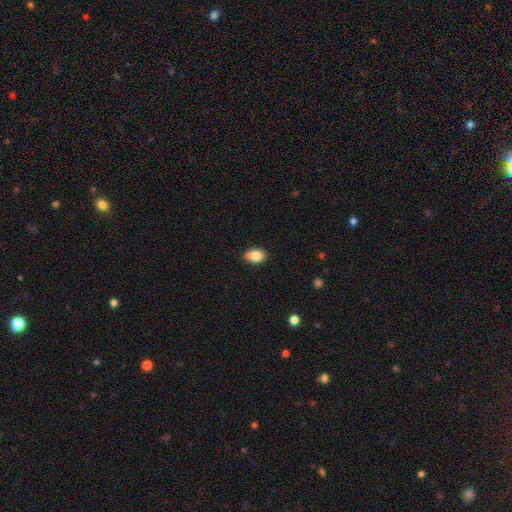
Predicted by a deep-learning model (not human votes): The model was most divided on "merging": none: 80%, minor disturbance: 16%, major disturbance: 2%, merger: 2%. More confident: smooth or featured — smooth (83%); how rounded — in between (82%).